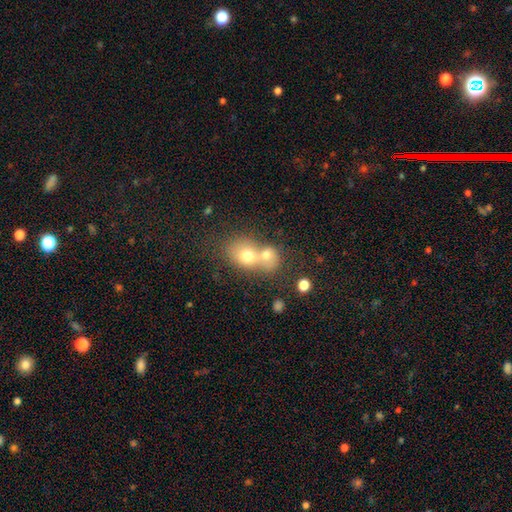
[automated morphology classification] A smooth galaxy with no disk features (63%) that is round (56%).

Vote fractions:
- Smooth or featured? smooth: 63% / featured or disk: 22% / star or artifact: 15%
- How rounded? round: 56% / in between: 42% / cigar-shaped: 2%
- Merging? merger: 67% / none: 24% / minor disturbance: 6% / major disturbance: 3%